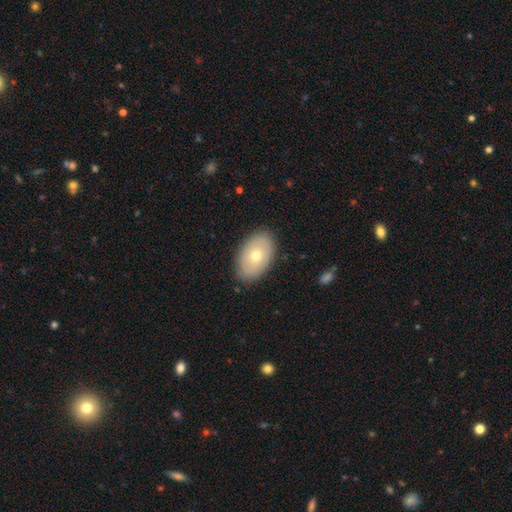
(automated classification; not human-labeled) smooth 64%, featured or disk 30%, star or artifact 6%. Down the decision tree: how rounded — in between (91%); merging — none (86%).